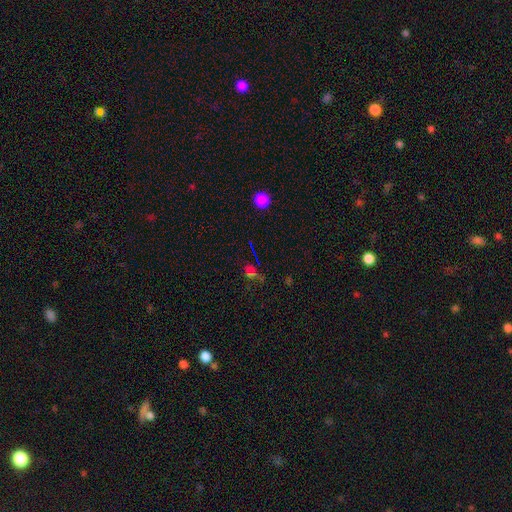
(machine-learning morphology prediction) The model was most divided on "smooth or featured": star or artifact: 53%, smooth: 34%, featured or disk: 13%.